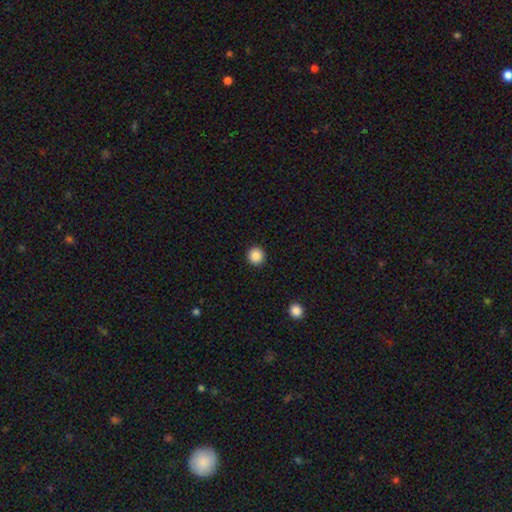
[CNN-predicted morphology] smooth-or-featured: smooth: 88% | star or artifact: 9% | featured or disk: 3%
  how-rounded: round: 95% | in between: 4% | cigar-shaped: 1%
  merging: none: 93% | minor disturbance: 4% | major disturbance: 2% | merger: 1%